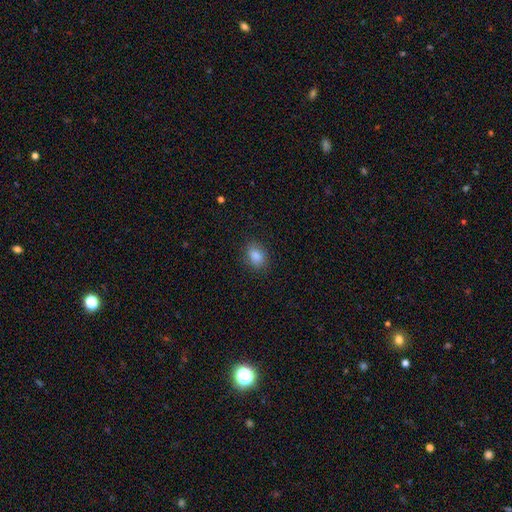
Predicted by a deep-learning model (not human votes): Morphology: type=smooth (85%); roundness=in between (69%); merging=none (86%).